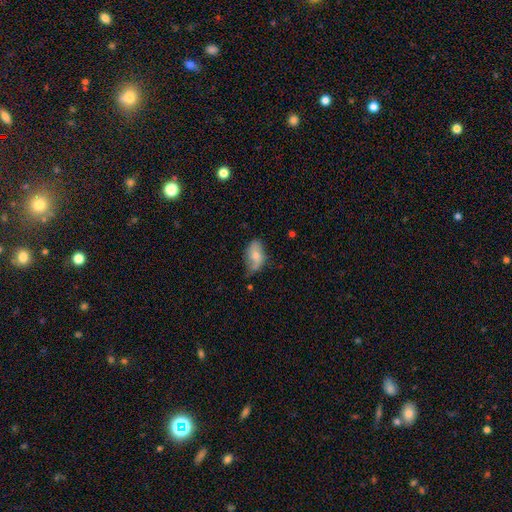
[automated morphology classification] This appears to be a smooth galaxy with no disk features (62%) that is in between round and cigar-shaped (91%). Merging: none (49%).